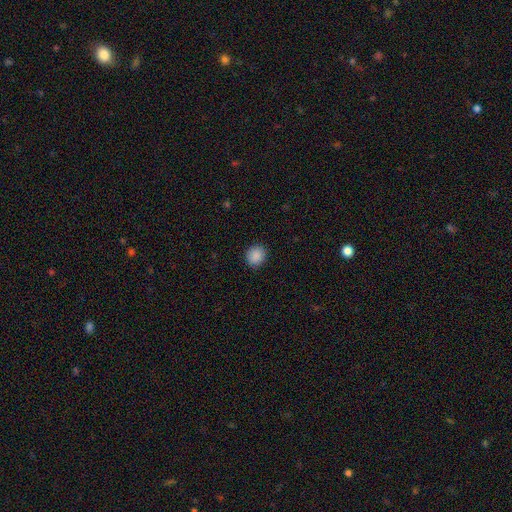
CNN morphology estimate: type=smooth (88%); roundness=round (84%); merging=none (90%).